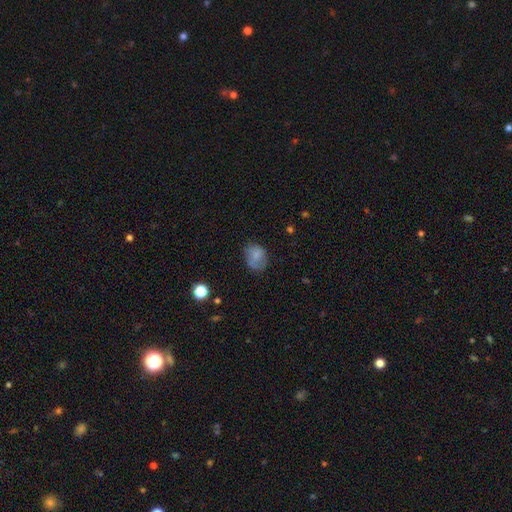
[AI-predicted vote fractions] This appears to be a smooth galaxy with no disk features (76%) that is in between round and cigar-shaped (55%). Merging: none (61%).